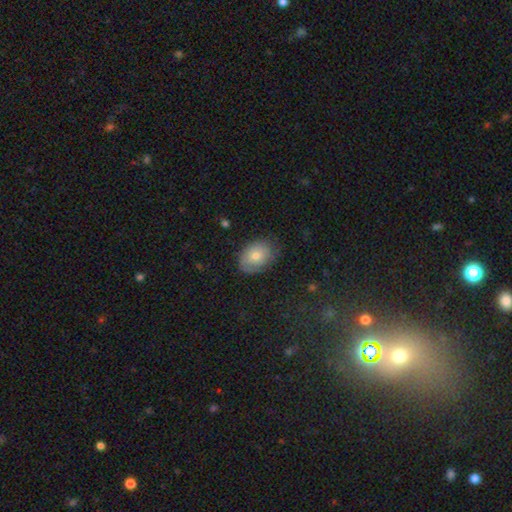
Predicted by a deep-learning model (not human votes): The model was most divided on "smooth or featured": smooth: 67%, featured or disk: 24%, star or artifact: 9%. More confident: how rounded — in between (77%); merging — none (74%).